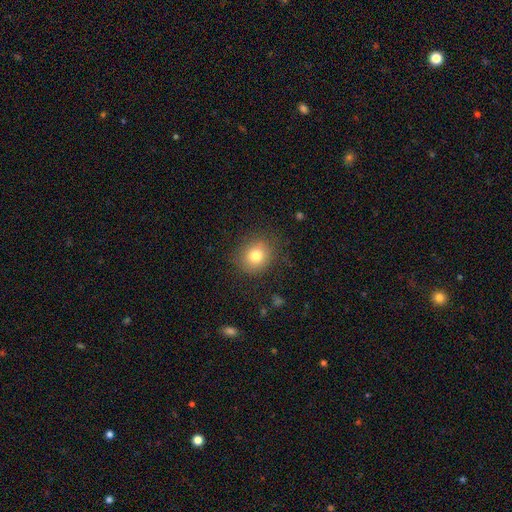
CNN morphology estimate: smooth 78%, star or artifact 12%, featured or disk 10%. Down the decision tree: how rounded — round (77%); merging — none (84%).